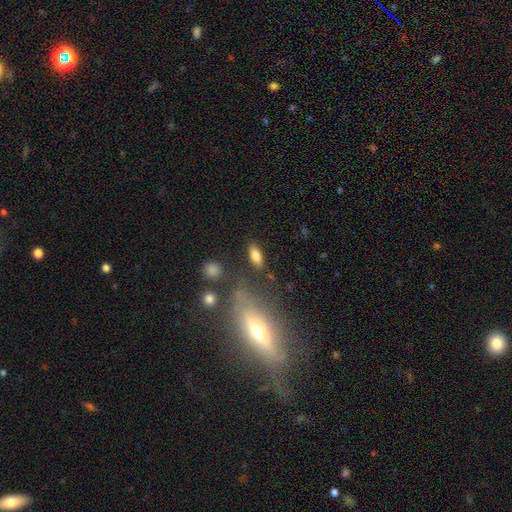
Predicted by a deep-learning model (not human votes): This appears to be a smooth galaxy with no disk features (80%) that is in between round and cigar-shaped (84%). Merging: none (81%).